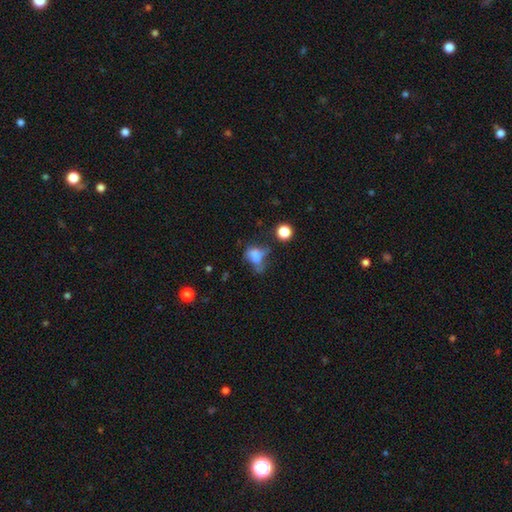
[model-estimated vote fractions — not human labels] smooth-or-featured: smooth: 65% | featured or disk: 19% | star or artifact: 15%
  how-rounded: in between: 72% | round: 26% | cigar-shaped: 3%
  merging: major disturbance: 32% | none: 27% | minor disturbance: 25% | merger: 17%